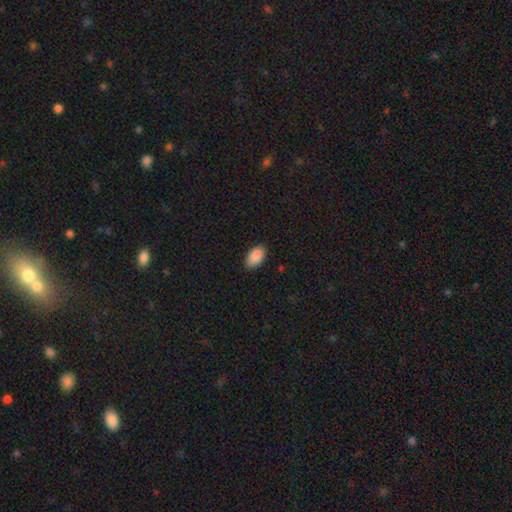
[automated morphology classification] type=smooth (90%); roundness=in between (94%); merging=none (84%).